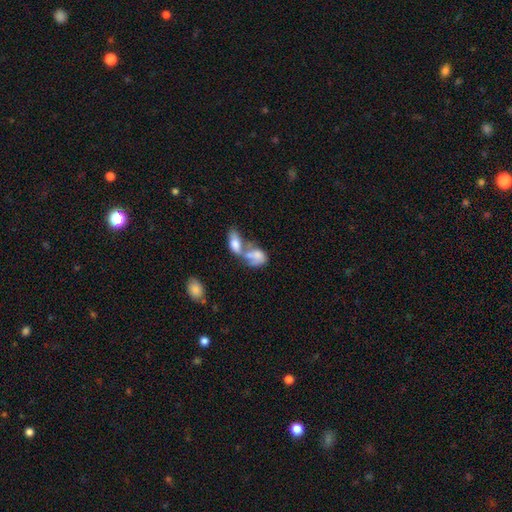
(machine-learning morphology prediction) A smooth galaxy with no disk features (63%) that is in between round and cigar-shaped (85%). Merging: merger (75%).